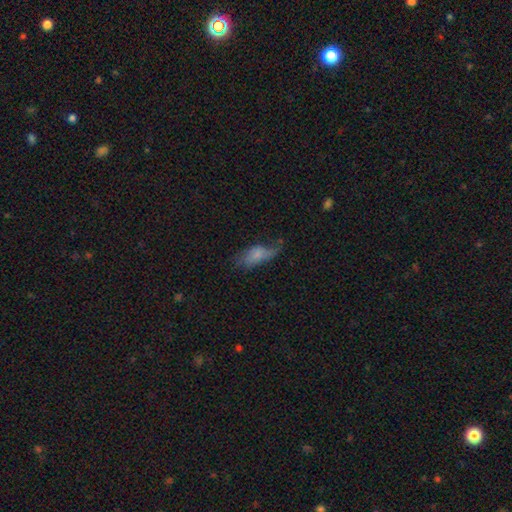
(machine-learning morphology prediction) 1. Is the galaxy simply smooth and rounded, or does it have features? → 64% smooth, 27% featured or disk, 9% star or artifact.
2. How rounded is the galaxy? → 82% in between, 15% cigar-shaped, 3% round.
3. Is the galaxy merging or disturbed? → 35% none, 33% minor disturbance, 29% major disturbance, 4% merger.